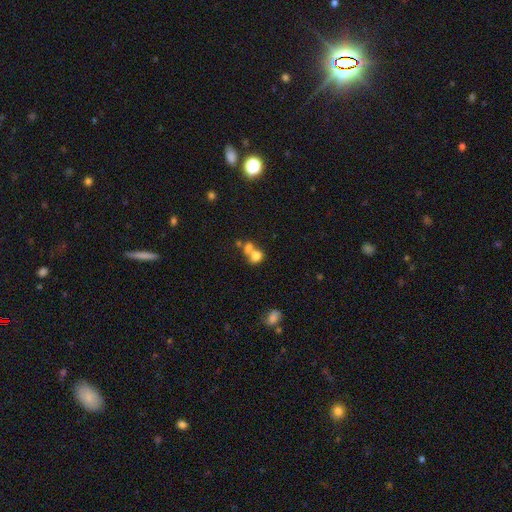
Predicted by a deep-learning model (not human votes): Overall: smooth (70%). How rounded: round (54%; in between 45%). Merging: merger (63%; none 24%).